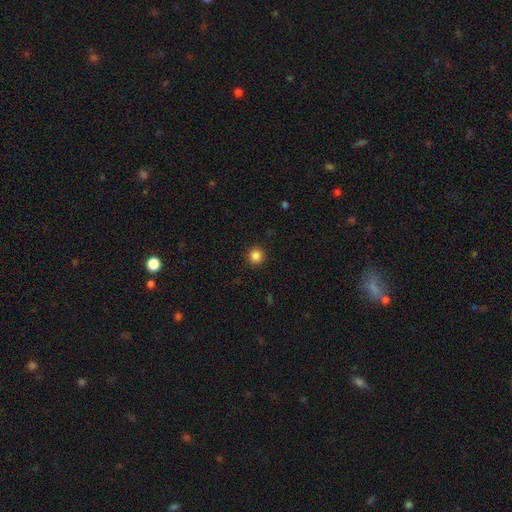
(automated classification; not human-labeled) smooth_or_featured: smooth (p=0.85) [alt: star or artifact p=0.11]
how_rounded: round (p=0.95) [alt: in between p=0.04]
merging: none (p=0.92) [alt: minor disturbance p=0.05]